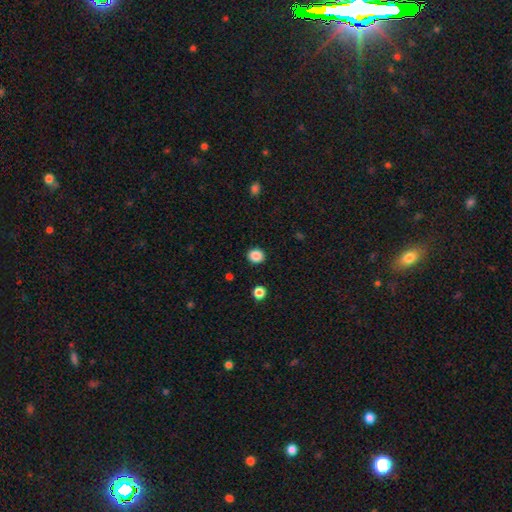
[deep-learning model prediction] Smooth or featured?
  - smooth: 87% *
  - star or artifact: 10%
  - featured or disk: 3%
How rounded?
  - round: 85% *
  - in between: 14%
  - cigar-shaped: 1%
Merging?
  - none: 92% *
  - minor disturbance: 5%
  - major disturbance: 2%
  - merger: 1%